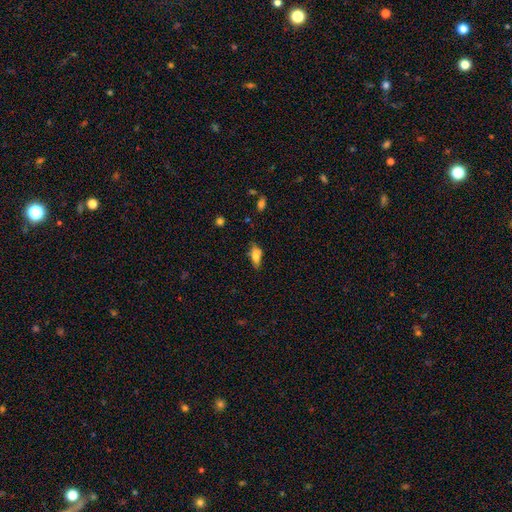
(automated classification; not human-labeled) smooth-or-featured: smooth: 72% | featured or disk: 19% | star or artifact: 9%
  how-rounded: in between: 77% | cigar-shaped: 19% | round: 4%
  merging: none: 64% | minor disturbance: 26% | major disturbance: 7% | merger: 3%